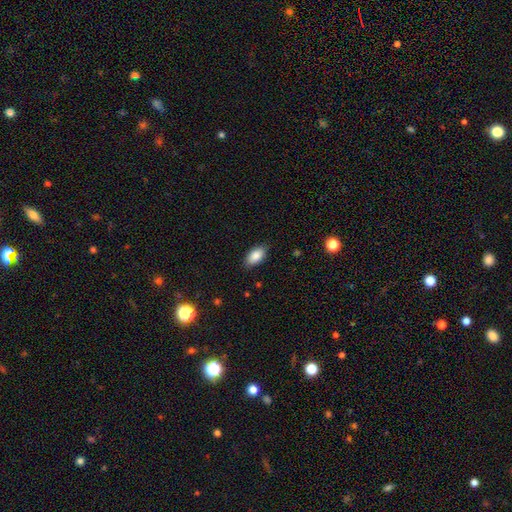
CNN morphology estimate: A smooth galaxy with no disk features (85%) that is in between round and cigar-shaped (92%). Merging: none (85%).